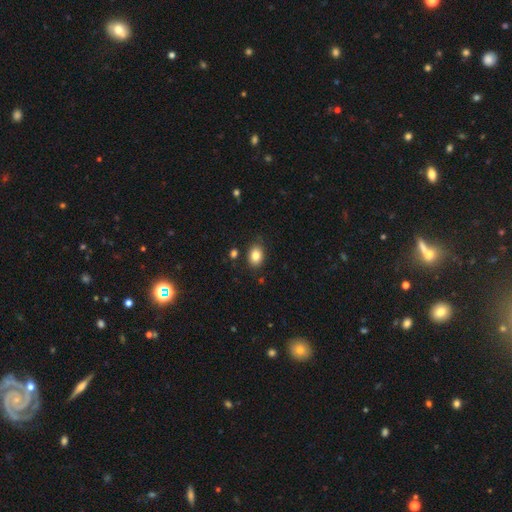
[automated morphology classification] Smooth or featured? Predicted: smooth (p=0.83). How rounded? Predicted: in between (p=0.71). Merging? Predicted: none (p=0.84).